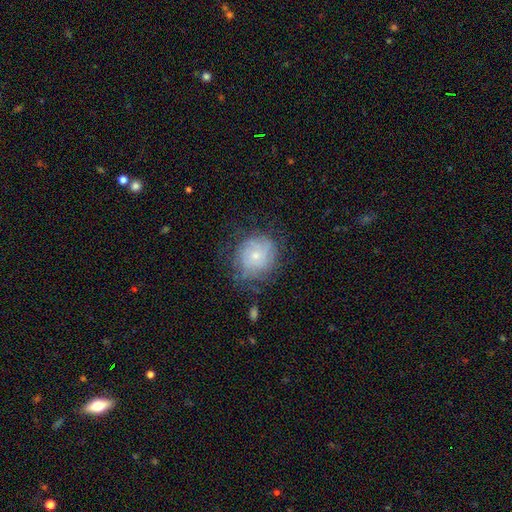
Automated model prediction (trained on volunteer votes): Morphology: type=featured or disk (49%); merging=none (67%).